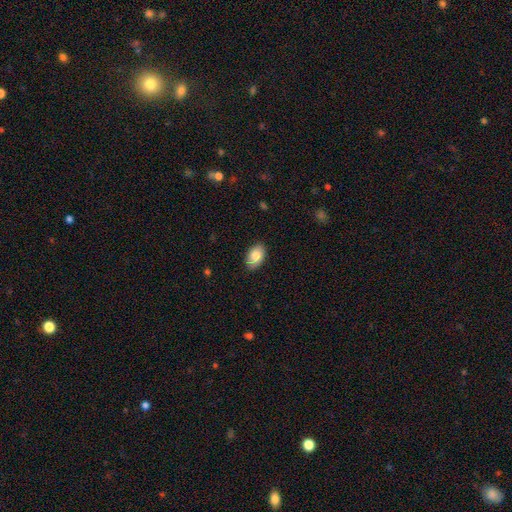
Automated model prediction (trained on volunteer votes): The model was most divided on "merging": none: 84%, minor disturbance: 13%, major disturbance: 2%, merger: 1%. More confident: how rounded — in between (90%); smooth or featured — smooth (84%).